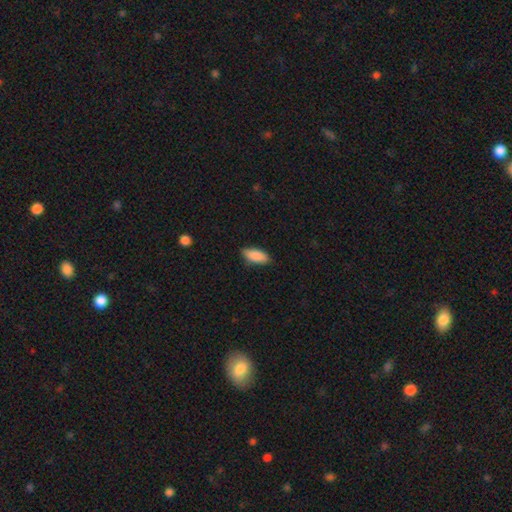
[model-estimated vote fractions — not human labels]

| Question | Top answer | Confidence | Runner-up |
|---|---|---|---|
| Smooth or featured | smooth | 89% | star or artifact (6%) |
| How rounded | in between | 85% | cigar-shaped (14%) |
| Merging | none | 85% | minor disturbance (12%) |